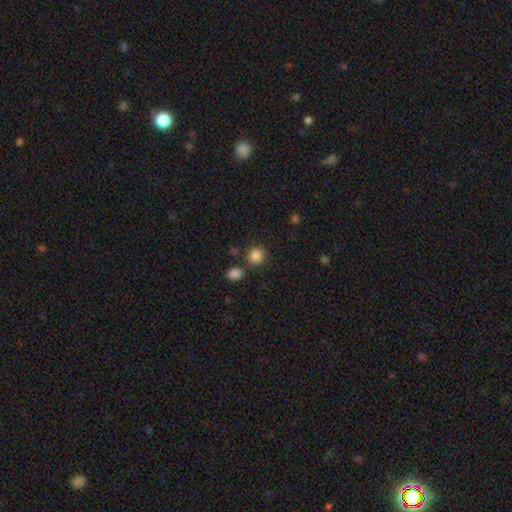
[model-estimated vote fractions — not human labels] The model was most divided on "merging": none: 79%, minor disturbance: 9%, merger: 9%, major disturbance: 3%. More confident: how rounded — round (87%); smooth or featured — smooth (85%).